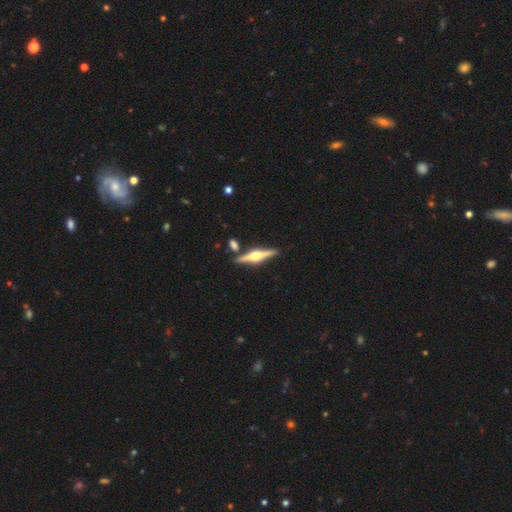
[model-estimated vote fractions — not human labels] Smooth or featured? featured or disk (81%)
Edge-on disk? yes (98%)
Edge-on bulge? rounded (96%)
Merging? none (84%)